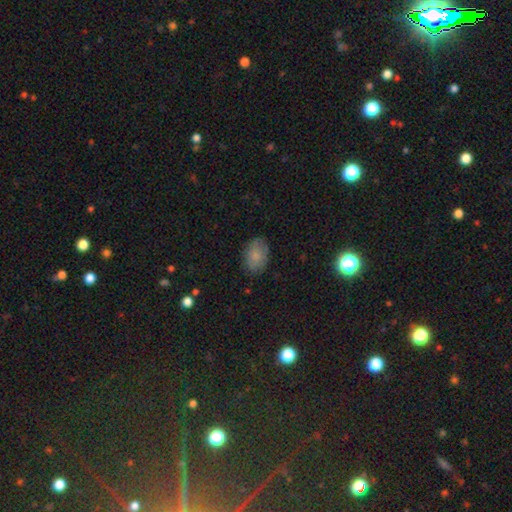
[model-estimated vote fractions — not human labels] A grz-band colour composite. It shows a smooth galaxy with no disk features (79%) that is in between round and cigar-shaped (81%). Merging: none (80%).